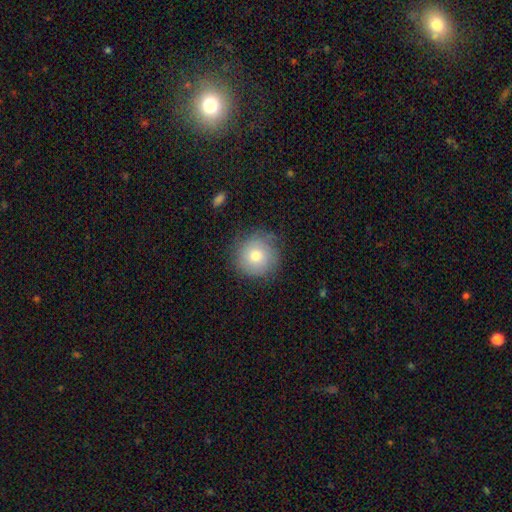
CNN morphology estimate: smooth 70%, featured or disk 20%, star or artifact 10%. Down the decision tree: how rounded — round (94%); merging — none (80%).